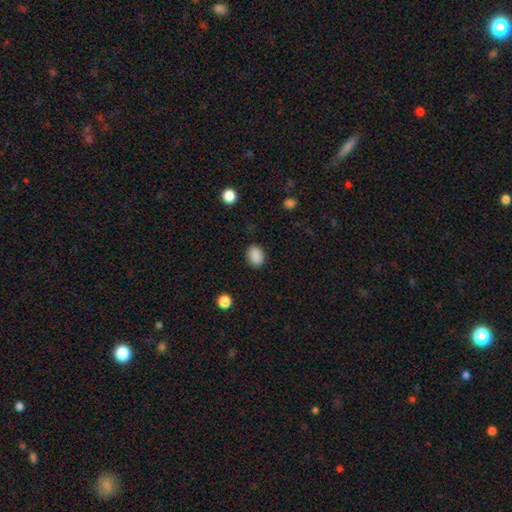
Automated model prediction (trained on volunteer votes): The model was most divided on "how rounded": in between: 64%, round: 35%, cigar-shaped: 1%. More confident: smooth or featured — smooth (89%); merging — none (87%).